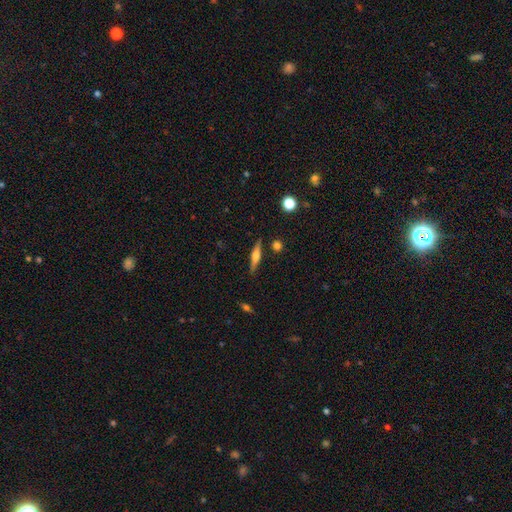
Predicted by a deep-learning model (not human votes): Smooth or featured? Predicted: featured or disk (p=0.58). Edge-on disk? Predicted: yes (p=0.96). Edge-on bulge? Predicted: rounded (p=0.83). Merging? Predicted: none (p=0.87).